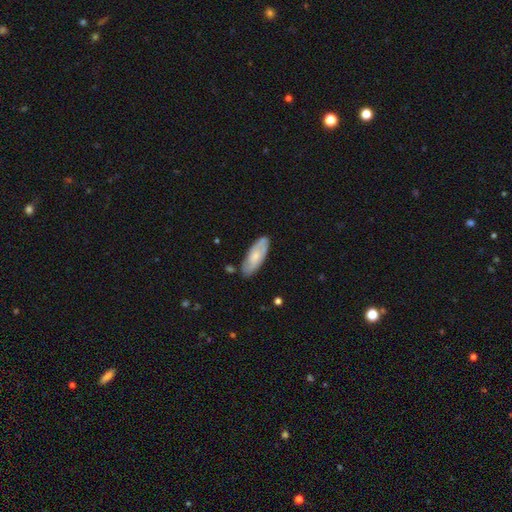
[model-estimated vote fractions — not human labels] smooth 56%, featured or disk 38%, star or artifact 6%. Down the decision tree: how rounded — in between (71%); merging — none (79%).